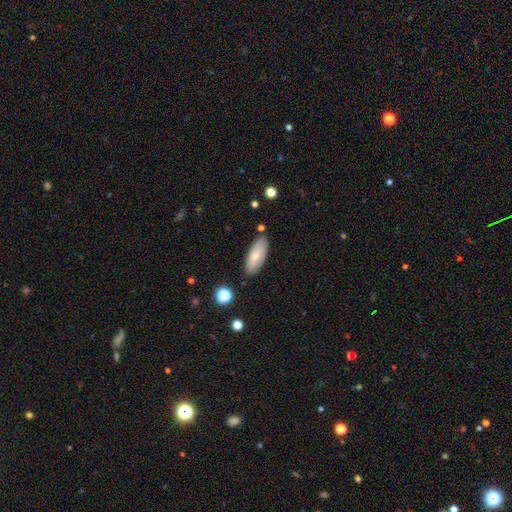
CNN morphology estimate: Smooth or featured: smooth — 72% (featured or disk — 22%)
How rounded: in between — 81% (cigar-shaped — 17%)
Merging: none — 82% (minor disturbance — 13%)